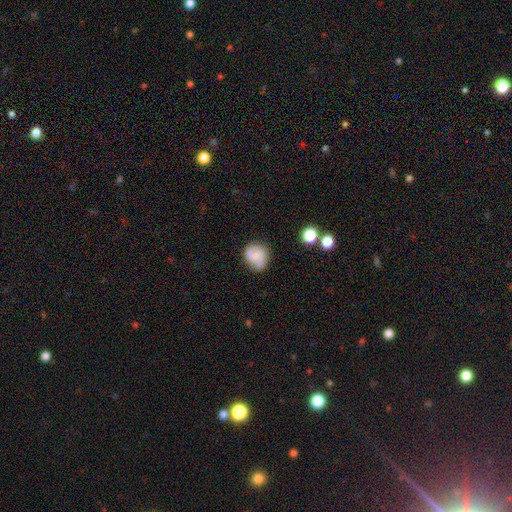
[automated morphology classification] Q: Smooth or featured?
A: smooth (60%); runner-up: featured or disk (30%)
Q: How rounded?
A: round (75%); runner-up: in between (24%)
Q: Merging?
A: none (64%); runner-up: minor disturbance (24%)